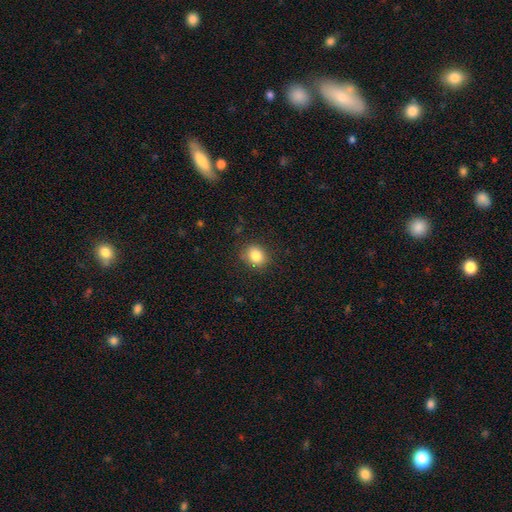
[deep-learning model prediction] Q: Smooth or featured?
A: smooth (84%); runner-up: star or artifact (10%)
Q: How rounded?
A: round (57%); runner-up: in between (42%)
Q: Merging?
A: none (85%); runner-up: minor disturbance (11%)